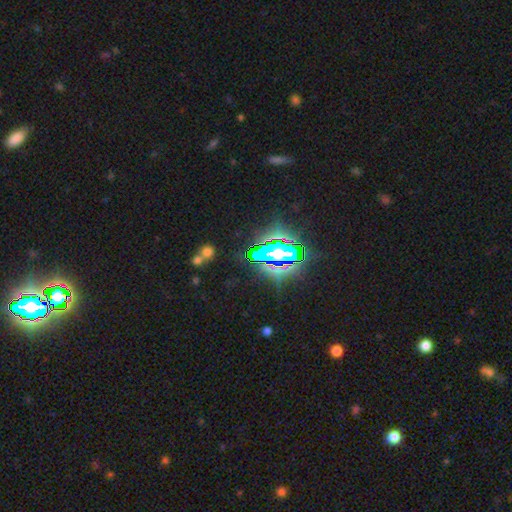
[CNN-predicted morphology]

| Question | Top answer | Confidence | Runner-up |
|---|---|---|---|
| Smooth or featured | star or artifact | 66% | smooth (18%) |